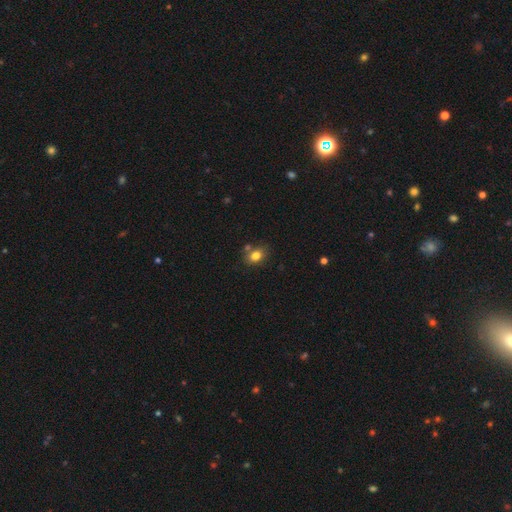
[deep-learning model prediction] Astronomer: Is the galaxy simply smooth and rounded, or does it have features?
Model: smooth — 80%.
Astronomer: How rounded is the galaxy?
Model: in between — 60% (runner-up: round, 39%).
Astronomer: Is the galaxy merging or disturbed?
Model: none — 67%.